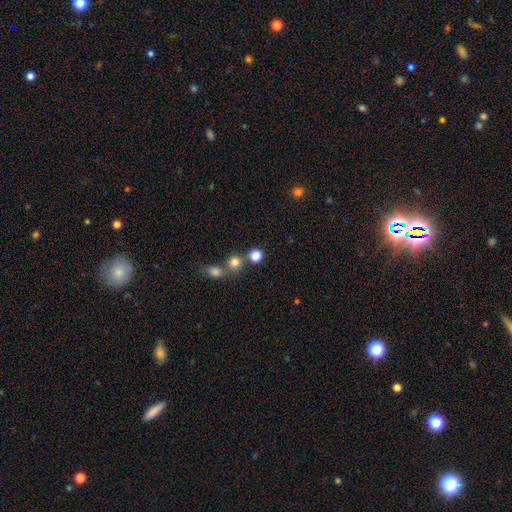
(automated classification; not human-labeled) This appears to be a smooth galaxy with no disk features (81%) that is round (87%). Merging: none (65%).